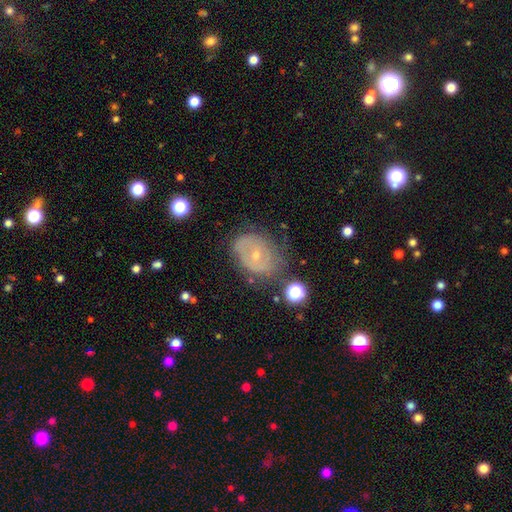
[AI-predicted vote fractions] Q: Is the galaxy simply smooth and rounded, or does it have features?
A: featured or disk — 63%.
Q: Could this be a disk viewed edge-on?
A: no — 95%.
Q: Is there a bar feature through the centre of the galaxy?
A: no — 66%.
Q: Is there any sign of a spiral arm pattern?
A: yes — 60%.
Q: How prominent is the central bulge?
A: small — 66%.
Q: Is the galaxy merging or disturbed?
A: none — 62%.